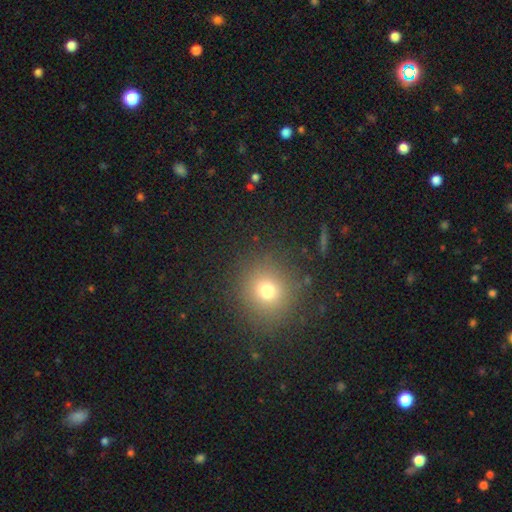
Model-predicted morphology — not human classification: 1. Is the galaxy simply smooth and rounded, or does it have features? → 63% smooth, 30% star or artifact, 6% featured or disk.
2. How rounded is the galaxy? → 92% round, 7% in between, 1% cigar-shaped.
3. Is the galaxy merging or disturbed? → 92% none, 5% minor disturbance, 2% major disturbance, 1% merger.